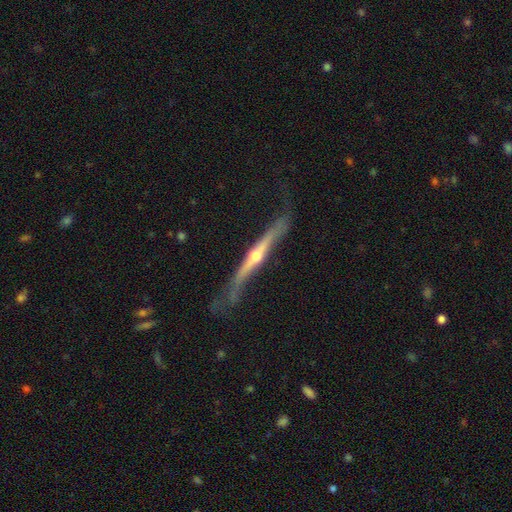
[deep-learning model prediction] smooth-or-featured: featured or disk: 80% | smooth: 15% | star or artifact: 5%
  disk-edge-on: yes: 94% | no: 6%
    edge-on-bulge: rounded: 90% | none: 7% | boxy: 3%
  merging: none: 58% | minor disturbance: 27% | major disturbance: 12% | merger: 3%